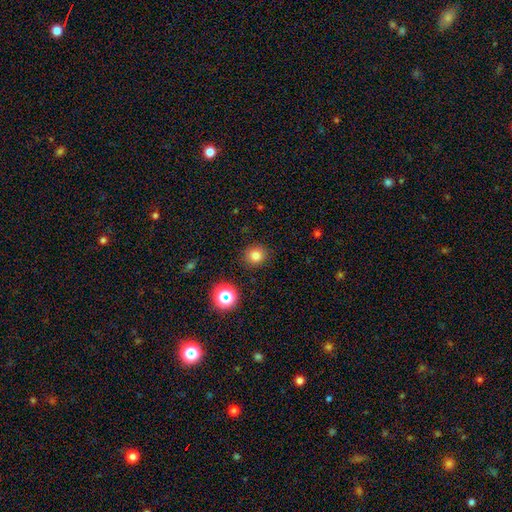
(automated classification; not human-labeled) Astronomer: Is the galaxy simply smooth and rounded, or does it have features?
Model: smooth — 78%.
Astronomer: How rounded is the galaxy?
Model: round — 86%.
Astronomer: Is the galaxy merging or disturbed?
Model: none — 88%.